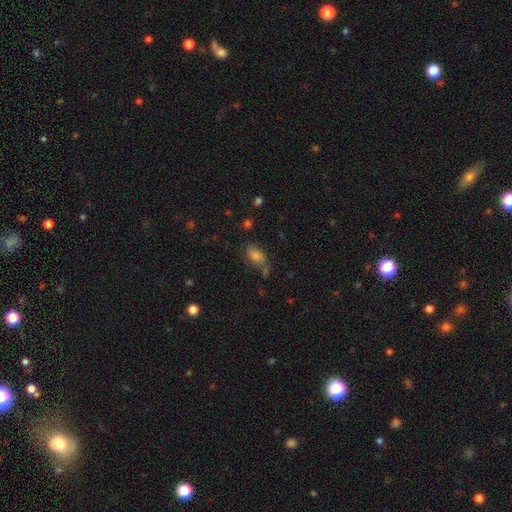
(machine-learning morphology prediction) type=smooth (74%); roundness=in between (87%); merging=none (57%).